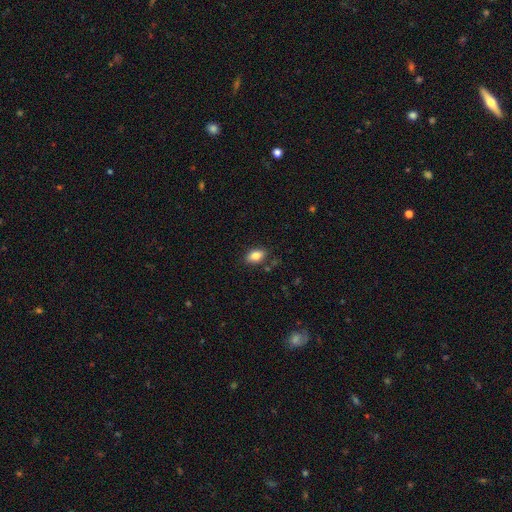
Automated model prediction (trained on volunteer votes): smooth_or_featured: smooth (p=0.83) [alt: featured or disk p=0.09]
how_rounded: in between (p=0.89) [alt: round p=0.08]
merging: none (p=0.82) [alt: minor disturbance p=0.13]